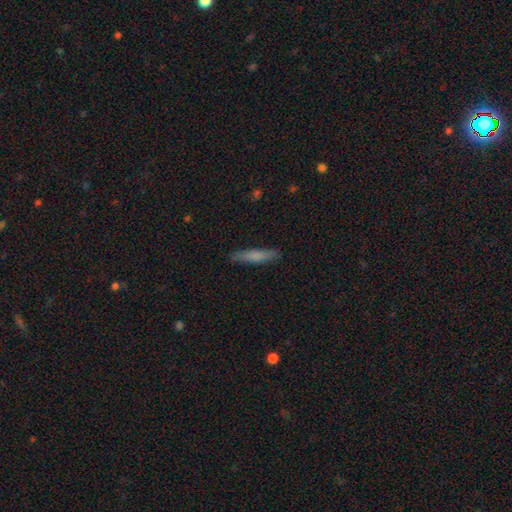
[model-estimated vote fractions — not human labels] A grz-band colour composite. It shows a smooth galaxy with no disk features (71%) that is cigar-shaped (90%). Merging: none (88%).